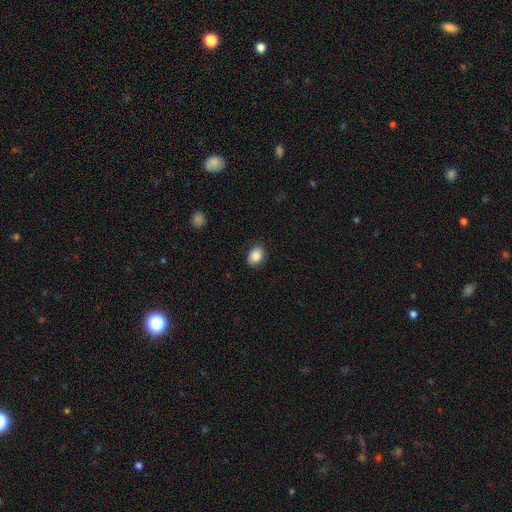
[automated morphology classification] A smooth galaxy with no disk features (88%) that is in between round and cigar-shaped (69%).

Vote fractions:
- Smooth or featured? smooth: 88% / star or artifact: 8% / featured or disk: 4%
- How rounded? in between: 69% / round: 30% / cigar-shaped: 1%
- Merging? none: 84% / minor disturbance: 12% / major disturbance: 3% / merger: 1%